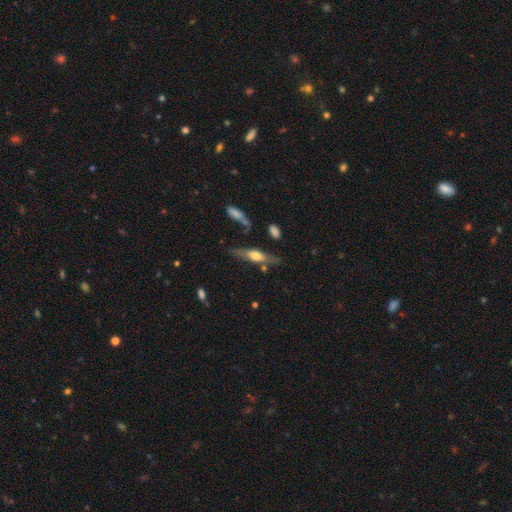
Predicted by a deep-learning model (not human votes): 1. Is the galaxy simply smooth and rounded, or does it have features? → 50% featured or disk, 42% smooth, 7% star or artifact.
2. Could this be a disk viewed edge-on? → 78% yes, 22% no.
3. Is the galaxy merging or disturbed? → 66% none, 19% minor disturbance, 8% major disturbance, 7% merger.